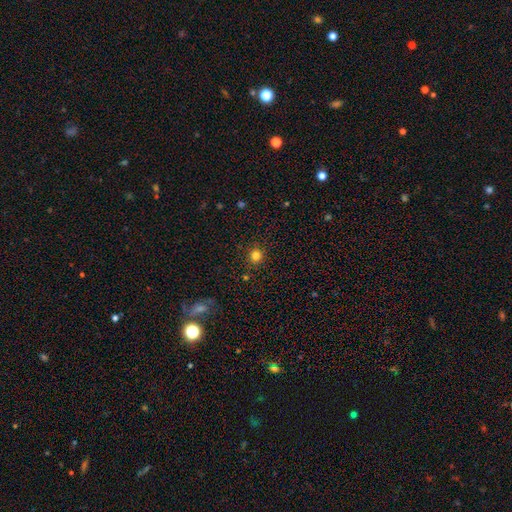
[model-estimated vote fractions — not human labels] A smooth galaxy with no disk features (81%) that is round (91%). Merging: none (90%).